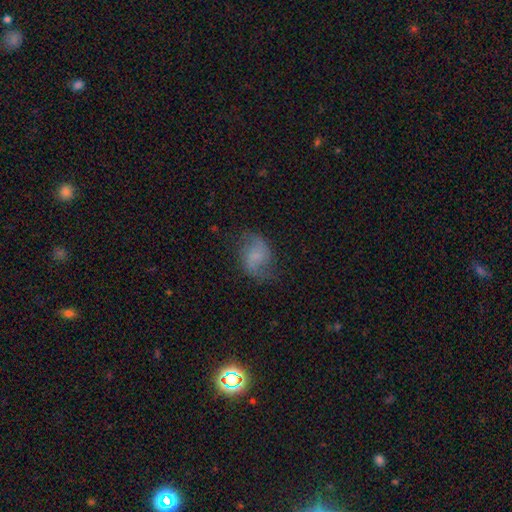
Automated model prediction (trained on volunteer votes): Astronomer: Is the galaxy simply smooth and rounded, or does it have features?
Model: featured or disk — 56% (runner-up: smooth, 34%).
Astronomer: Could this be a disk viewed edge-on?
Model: no — 97%.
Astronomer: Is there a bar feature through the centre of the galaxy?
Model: no — 53% (runner-up: weak, 39%).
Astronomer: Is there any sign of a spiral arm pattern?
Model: yes — 89%.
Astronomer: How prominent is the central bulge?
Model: none — 41% (runner-up: small, 34%).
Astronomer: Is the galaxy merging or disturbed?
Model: none — 68%.